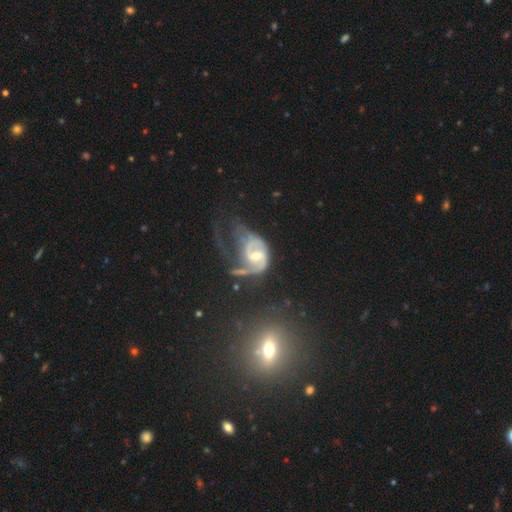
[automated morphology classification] featured or disk 82%, smooth 12%, star or artifact 7%. Down the decision tree: edge-on disk — no (98%); bar — weak (50%); spiral arms — yes (91%); spiral arm count — 2 (63%); spiral winding — medium (43%); bulge size — moderate (53%); merging — major disturbance (51%).